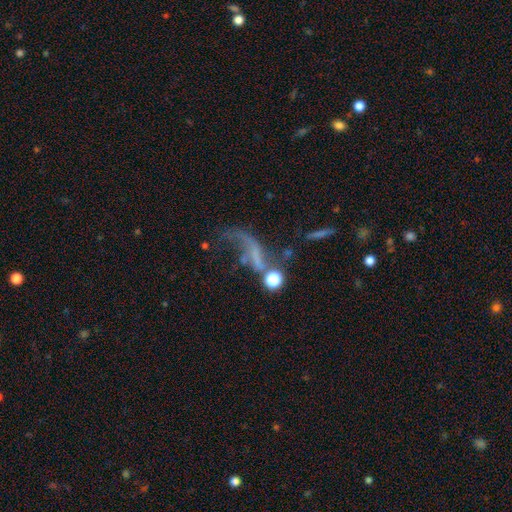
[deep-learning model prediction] smooth_or_featured: featured or disk (p=0.58) [alt: smooth p=0.23]
disk_edge_on: no (p=0.90) [alt: yes p=0.10]
bar: no (p=0.65) [alt: weak p=0.20]
has_spiral_arms: yes (p=0.53) [alt: no p=0.47]
bulge_size: none (p=0.68) [alt: small p=0.21]
merging: major disturbance (p=0.38) [alt: none p=0.29]